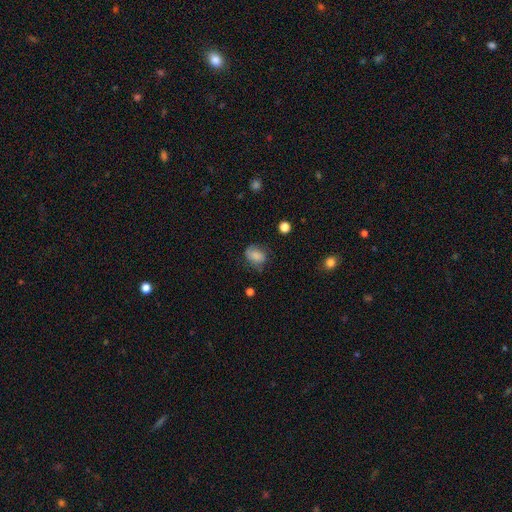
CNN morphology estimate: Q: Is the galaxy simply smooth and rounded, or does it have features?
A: smooth — 74%.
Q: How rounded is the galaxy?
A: in between — 61%.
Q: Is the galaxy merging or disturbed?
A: none — 56%.